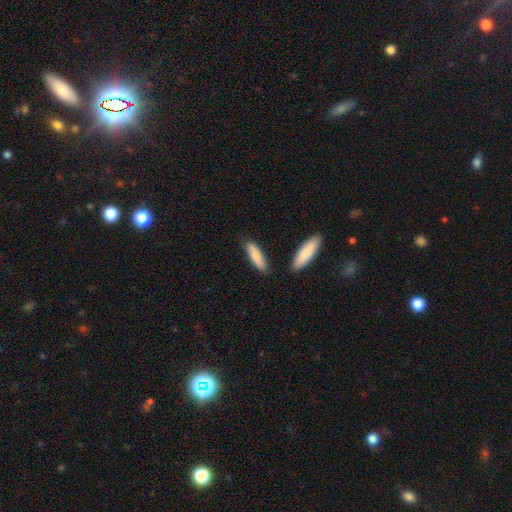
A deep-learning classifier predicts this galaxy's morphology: Smooth or featured? Predicted: smooth (p=0.77). How rounded? Predicted: cigar-shaped (p=0.56). Merging? Predicted: none (p=0.80).